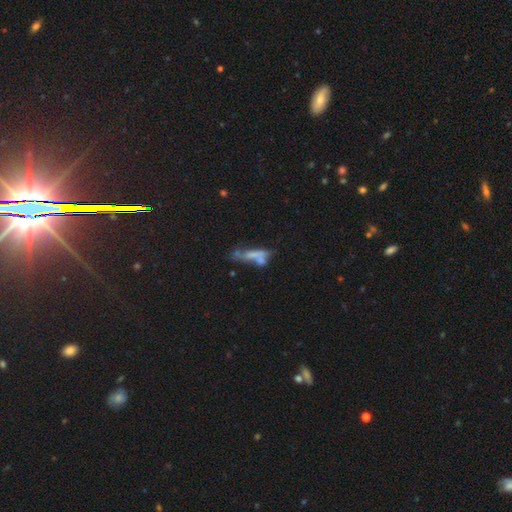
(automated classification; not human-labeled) smooth_or_featured: smooth (p=0.51) [alt: featured or disk p=0.35]
how_rounded: cigar-shaped (p=0.60) [alt: in between p=0.35]
merging: merger (p=0.36) [alt: none p=0.28]